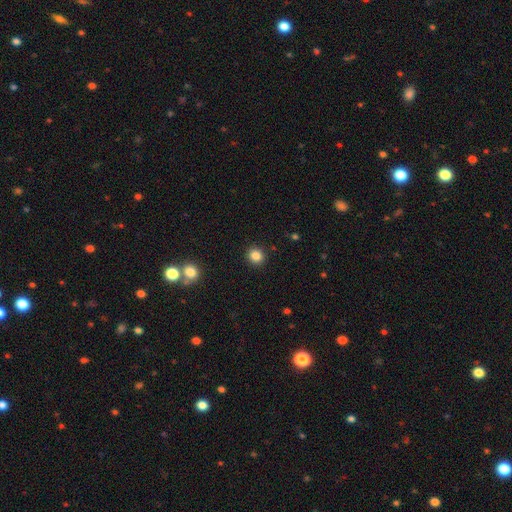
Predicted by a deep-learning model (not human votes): Q: Smooth or featured?
A: smooth (84%); runner-up: star or artifact (11%)
Q: How rounded?
A: round (88%); runner-up: in between (11%)
Q: Merging?
A: none (92%); runner-up: minor disturbance (5%)